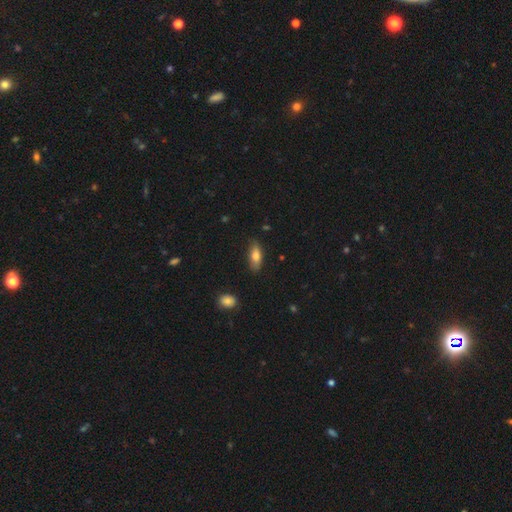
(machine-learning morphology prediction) smooth 76%, featured or disk 17%, star or artifact 7%. Down the decision tree: how rounded — in between (75%); merging — none (80%).